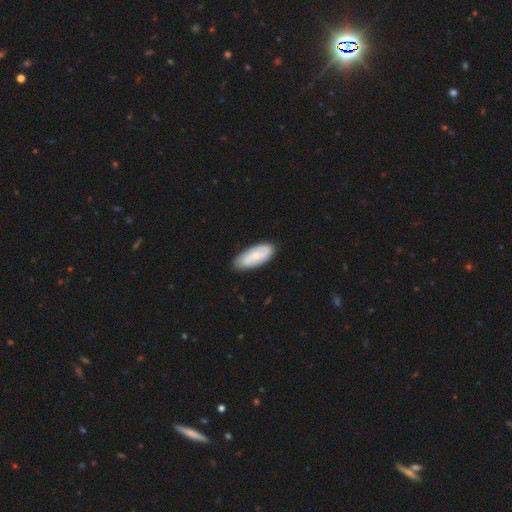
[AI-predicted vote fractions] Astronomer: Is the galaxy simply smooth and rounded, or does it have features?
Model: smooth — 62%.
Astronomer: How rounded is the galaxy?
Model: in between — 82%.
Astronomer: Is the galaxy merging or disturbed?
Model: none — 84%.